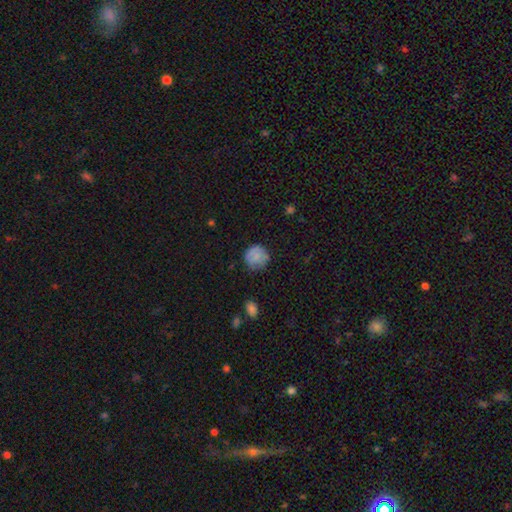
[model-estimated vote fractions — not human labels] A smooth galaxy with no disk features (78%) that is round (90%). Merging: none (74%).